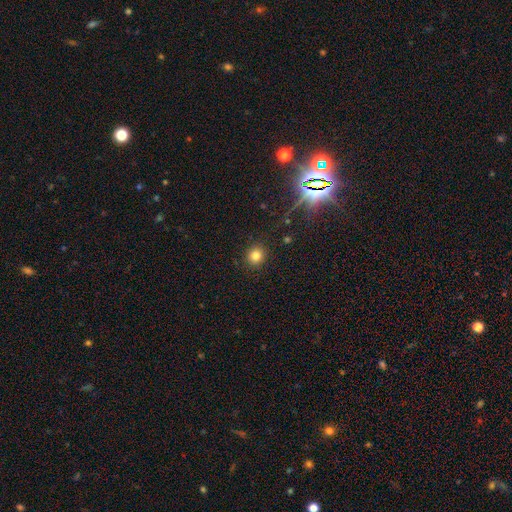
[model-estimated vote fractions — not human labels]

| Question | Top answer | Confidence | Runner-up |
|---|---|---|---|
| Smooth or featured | smooth | 79% | star or artifact (15%) |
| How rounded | round | 88% | in between (11%) |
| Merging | none | 91% | minor disturbance (6%) |